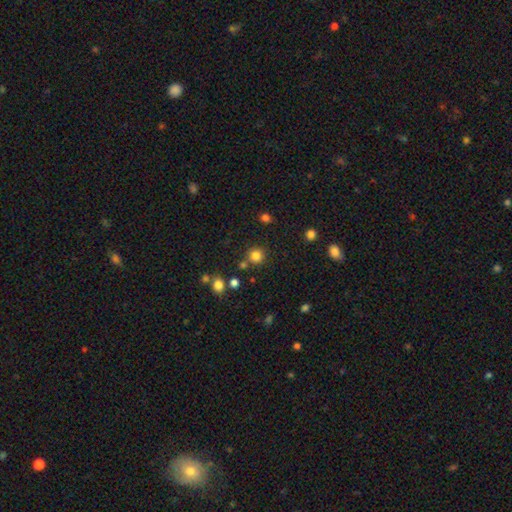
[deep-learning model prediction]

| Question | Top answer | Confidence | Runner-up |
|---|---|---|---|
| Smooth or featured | smooth | 81% | star or artifact (14%) |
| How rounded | round | 93% | in between (6%) |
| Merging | none | 80% | merger (9%) |